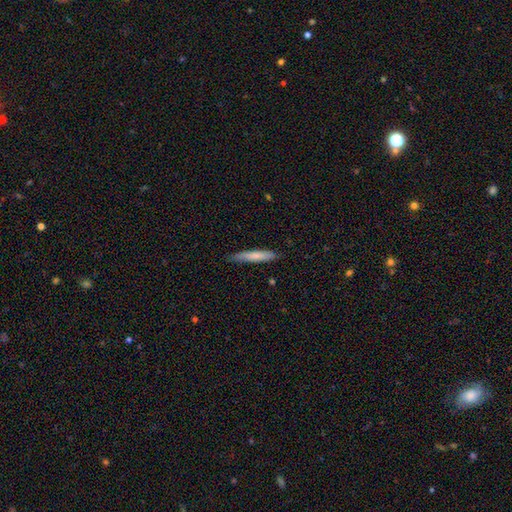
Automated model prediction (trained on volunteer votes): smooth-or-featured: smooth: 74% | featured or disk: 20% | star or artifact: 5%
  how-rounded: cigar-shaped: 92% | in between: 7% | round: 1%
  merging: none: 83% | minor disturbance: 14% | major disturbance: 2% | merger: 1%